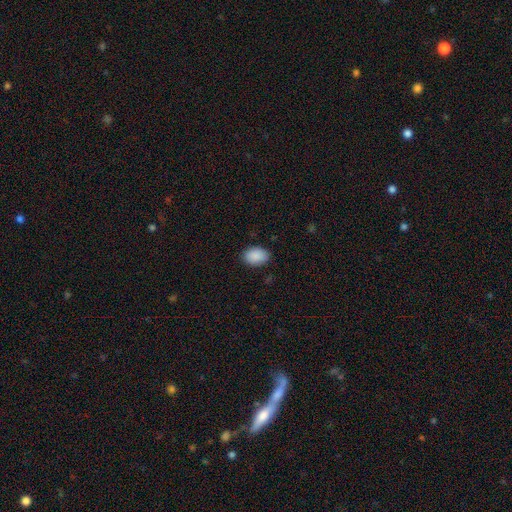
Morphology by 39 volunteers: smooth 90%, featured or disk 5%, star or artifact 5%. Down the decision tree: how rounded — in between (94%); merging — none (89%).